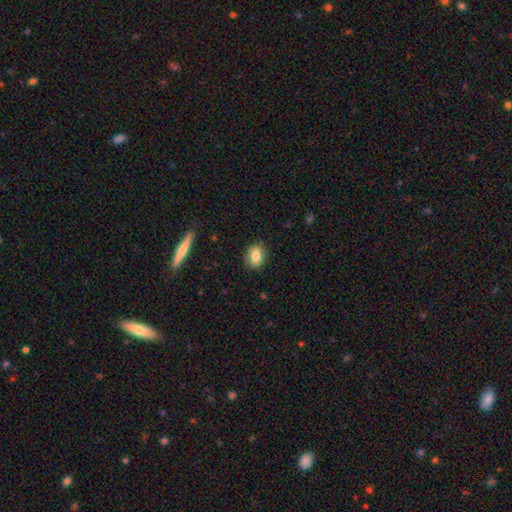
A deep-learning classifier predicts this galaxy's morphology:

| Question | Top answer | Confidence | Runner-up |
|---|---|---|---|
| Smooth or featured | smooth | 82% | featured or disk (9%) |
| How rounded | in between | 66% | round (31%) |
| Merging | none | 86% | minor disturbance (11%) |